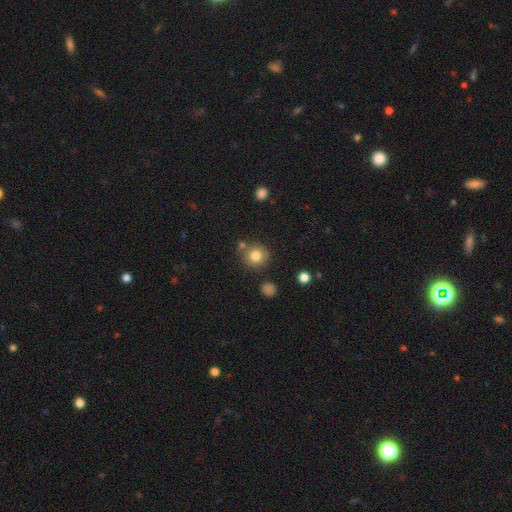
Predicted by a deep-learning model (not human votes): Overall: smooth (80%). How rounded: round (90%). Merging: none (76%).